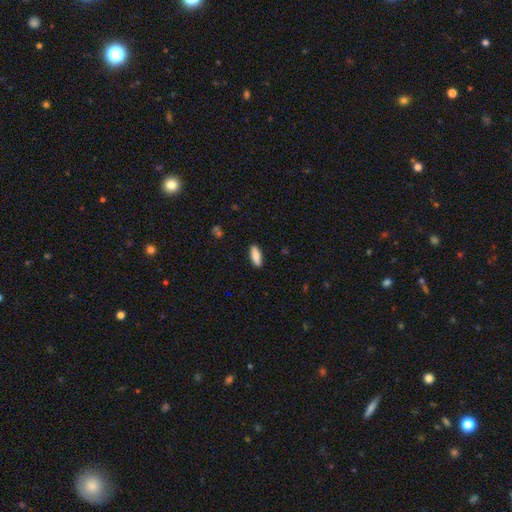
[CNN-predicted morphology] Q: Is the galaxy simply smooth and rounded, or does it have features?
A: smooth — 84%.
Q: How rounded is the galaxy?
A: in between — 56%.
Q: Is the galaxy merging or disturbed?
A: none — 89%.